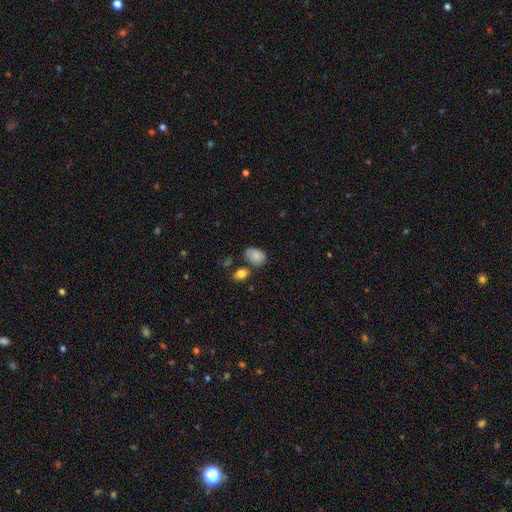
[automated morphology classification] Q: Smooth or featured?
A: smooth (82%); runner-up: featured or disk (10%)
Q: How rounded?
A: in between (79%); runner-up: round (20%)
Q: Merging?
A: none (58%); runner-up: minor disturbance (24%)